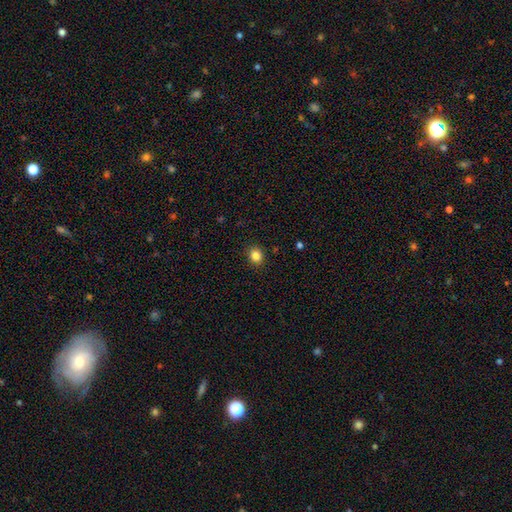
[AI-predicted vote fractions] smooth_or_featured: smooth (p=0.84) [alt: star or artifact p=0.11]
how_rounded: round (p=0.72) [alt: in between p=0.27]
merging: none (p=0.90) [alt: minor disturbance p=0.07]